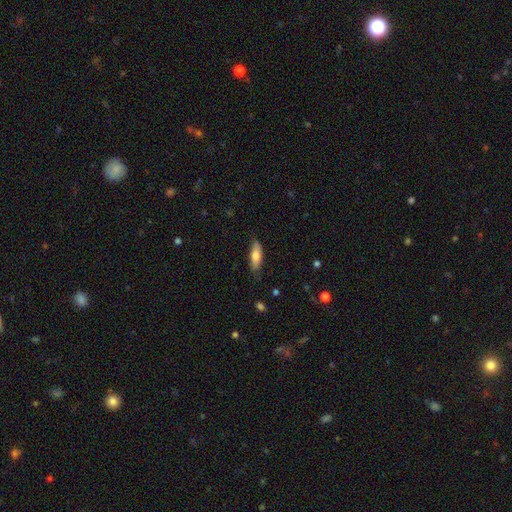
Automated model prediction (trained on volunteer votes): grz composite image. It shows a smooth galaxy with no disk features (73%) that is in between round and cigar-shaped (51%). Merging: none (78%).